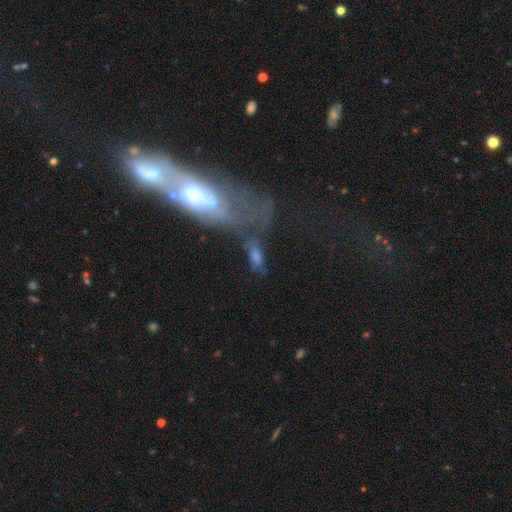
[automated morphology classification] Smooth or featured?
  - smooth: 44% *
  - featured or disk: 41%
  - star or artifact: 15%
Merging?
  - none: 35% *
  - merger: 27%
  - major disturbance: 21%
  - minor disturbance: 18%